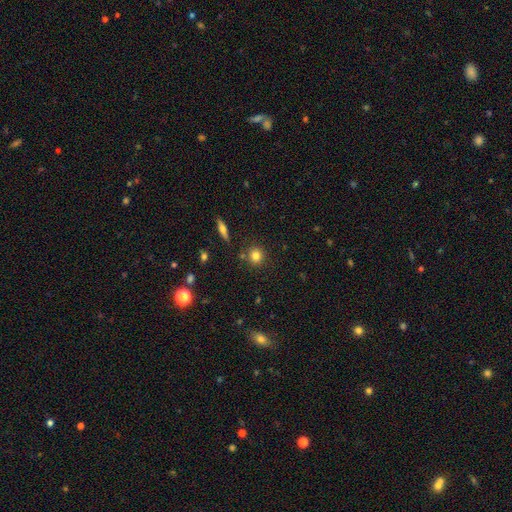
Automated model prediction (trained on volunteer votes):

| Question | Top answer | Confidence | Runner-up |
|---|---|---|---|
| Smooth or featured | smooth | 80% | star or artifact (11%) |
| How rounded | round | 88% | in between (11%) |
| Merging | none | 83% | minor disturbance (9%) |